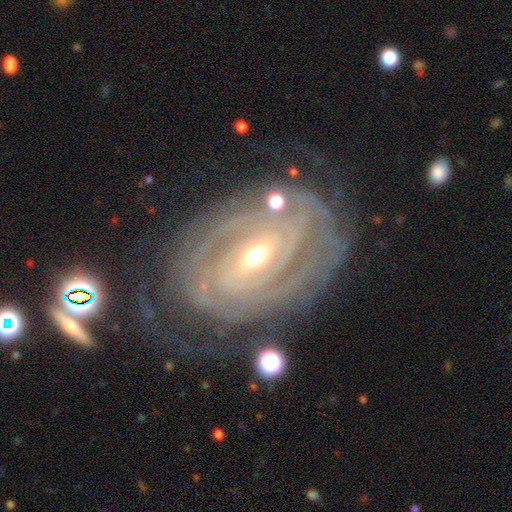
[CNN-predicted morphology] Smooth or featured?
  - featured or disk: 91% *
  - star or artifact: 5%
  - smooth: 4%
Edge-on disk?
  - no: 96% *
  - yes: 4%
Bar?
  - no: 43% *
  - weak: 35%
  - strong: 22%
Spiral arms?
  - yes: 96% *
  - no: 4%
Spiral winding?
  - tight: 76% *
  - medium: 19%
  - loose: 5%
Spiral arm count?
  - 2: 36% *
  - can't tell: 21%
  - 3: 19%
  - 4: 10%
  - more than 4: 7%
  - 1: 7%
Bulge size?
  - moderate: 62% *
  - small: 33%
  - large: 3%
  - dominant: 1%
  - none: 1%
Merging?
  - none: 68% *
  - minor disturbance: 19%
  - major disturbance: 9%
  - merger: 4%